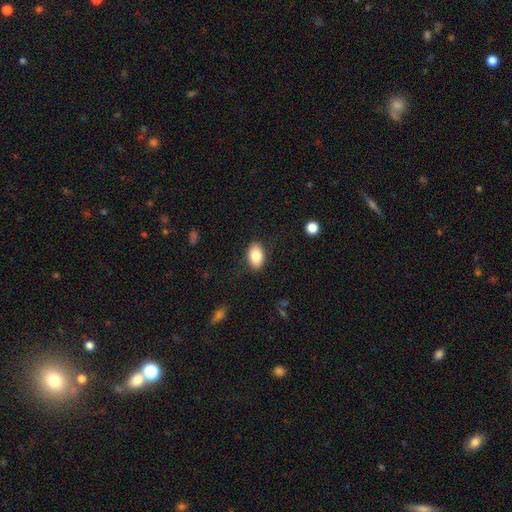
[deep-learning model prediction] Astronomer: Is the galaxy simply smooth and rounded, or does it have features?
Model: smooth — 83%.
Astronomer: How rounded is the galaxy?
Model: in between — 89%.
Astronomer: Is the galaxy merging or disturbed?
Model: none — 86%.